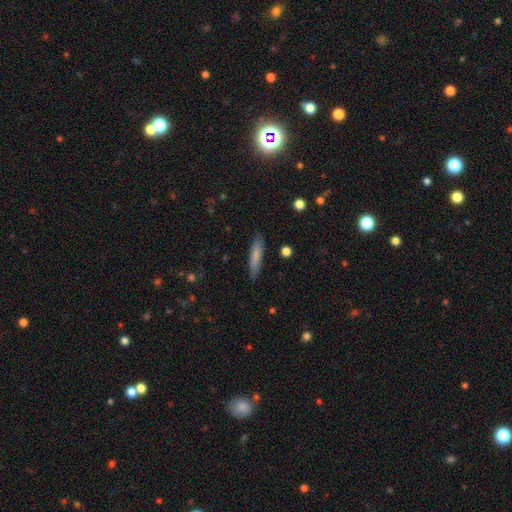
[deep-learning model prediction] Morphology: type=smooth (76%); roundness=cigar-shaped (85%); merging=none (85%).